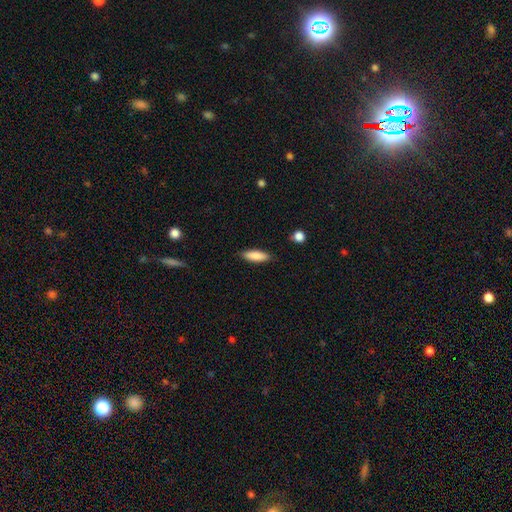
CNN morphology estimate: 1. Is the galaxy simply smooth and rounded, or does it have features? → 86% smooth, 7% featured or disk, 6% star or artifact.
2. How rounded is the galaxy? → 54% in between, 44% cigar-shaped, 2% round.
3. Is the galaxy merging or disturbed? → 87% none, 10% minor disturbance, 2% major disturbance, 1% merger.